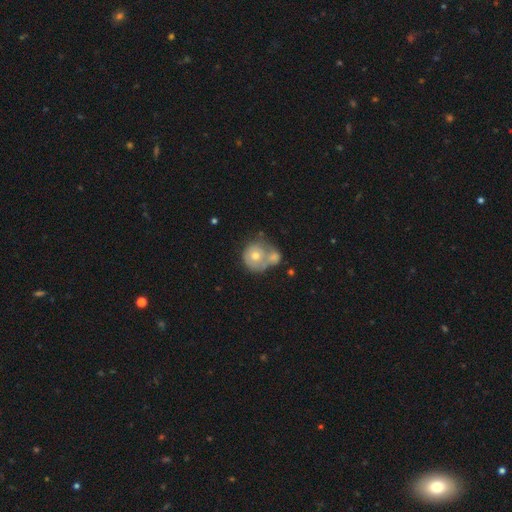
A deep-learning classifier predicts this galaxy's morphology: A smooth galaxy with no disk features (59%) that is round (85%).

Vote fractions:
- Smooth or featured? smooth: 59% / featured or disk: 34% / star or artifact: 7%
- How rounded? round: 85% / in between: 14% / cigar-shaped: 1%
- Merging? merger: 59% / none: 23% / minor disturbance: 11% / major disturbance: 7%